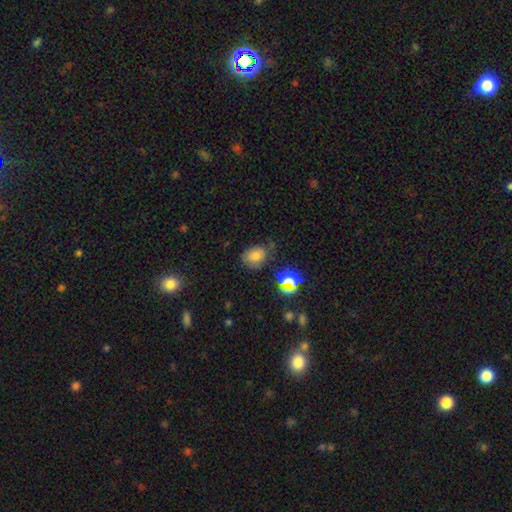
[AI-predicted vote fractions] smooth-or-featured: smooth: 71% | star or artifact: 18% | featured or disk: 11%
  how-rounded: in between: 58% | round: 41% | cigar-shaped: 1%
  merging: none: 64% | minor disturbance: 24% | major disturbance: 7% | merger: 5%